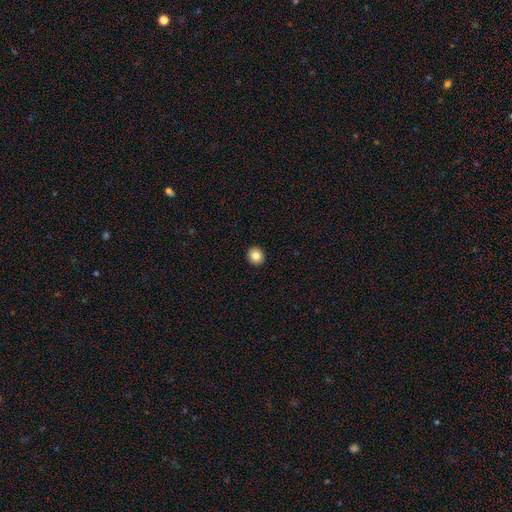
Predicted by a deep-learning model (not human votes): Overall: smooth (83%). How rounded: round (89%). Merging: none (93%).